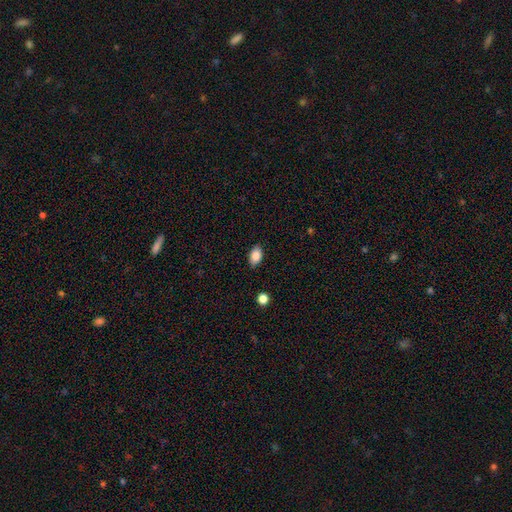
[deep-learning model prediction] Smooth or featured? Predicted: smooth (p=0.87). How rounded? Predicted: in between (p=0.89). Merging? Predicted: none (p=0.84).